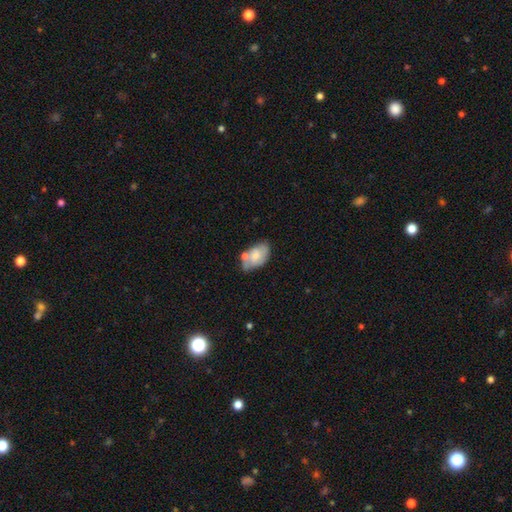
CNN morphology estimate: A smooth galaxy with no disk features (60%) that is in between round and cigar-shaped (91%). Merging: none (44%).